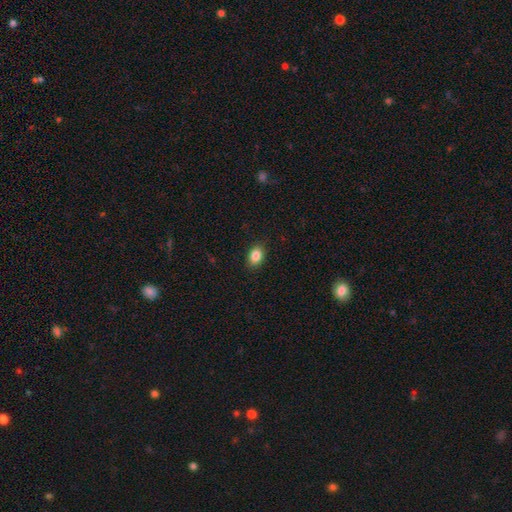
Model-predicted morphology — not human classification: A smooth galaxy with no disk features (85%) that is in between round and cigar-shaped (78%).

Vote fractions:
- Smooth or featured? smooth: 85% / star or artifact: 9% / featured or disk: 6%
- How rounded? in between: 78% / round: 21% / cigar-shaped: 1%
- Merging? none: 88% / minor disturbance: 9% / major disturbance: 2% / merger: 1%